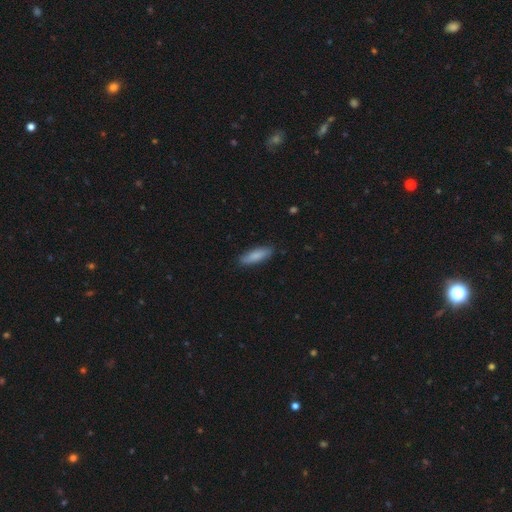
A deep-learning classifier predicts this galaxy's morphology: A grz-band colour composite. It shows a smooth galaxy with no disk features (85%) that is cigar-shaped (57%). Merging: none (86%).